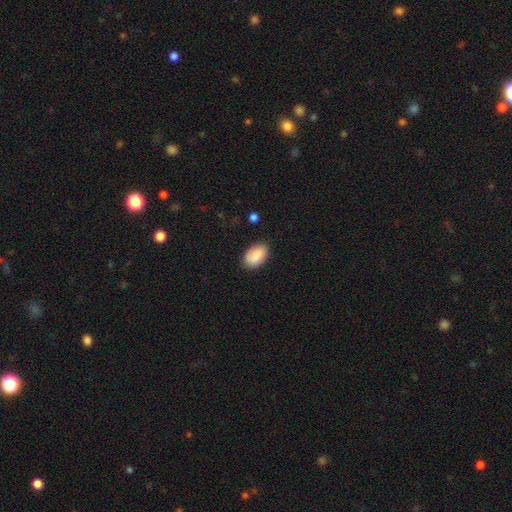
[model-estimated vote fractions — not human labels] This is likely a smooth galaxy (79%). How rounded: clearly in between (91%). Merging: clearly none (81%).